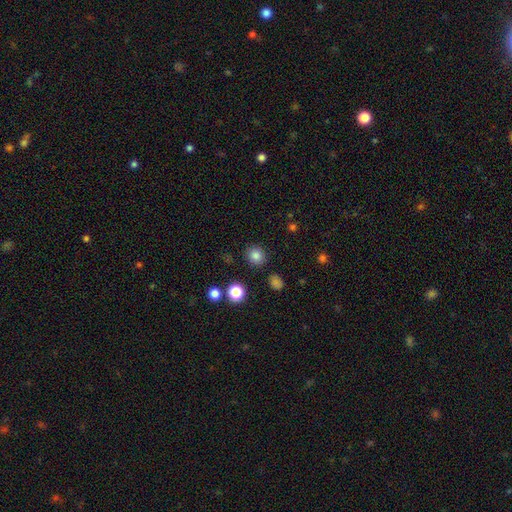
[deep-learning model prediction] Smooth or featured?
  - smooth: 83% *
  - star or artifact: 13%
  - featured or disk: 5%
How rounded?
  - round: 87% *
  - in between: 12%
  - cigar-shaped: 1%
Merging?
  - none: 89% *
  - minor disturbance: 7%
  - major disturbance: 2%
  - merger: 2%